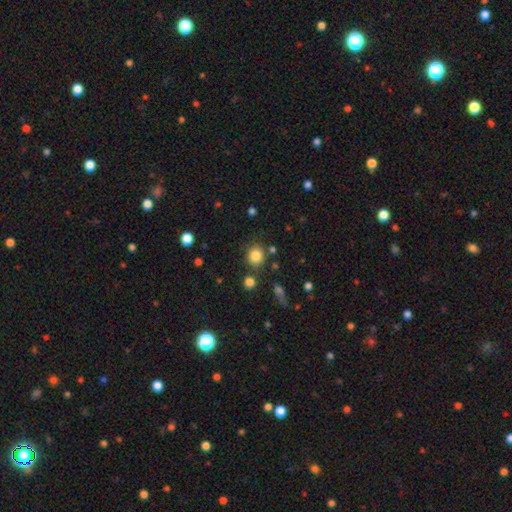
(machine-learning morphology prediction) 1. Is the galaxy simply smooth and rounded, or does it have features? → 83% smooth, 11% star or artifact, 6% featured or disk.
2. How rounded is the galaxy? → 85% round, 15% in between, 1% cigar-shaped.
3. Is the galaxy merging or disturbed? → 80% none, 9% minor disturbance, 7% merger, 4% major disturbance.